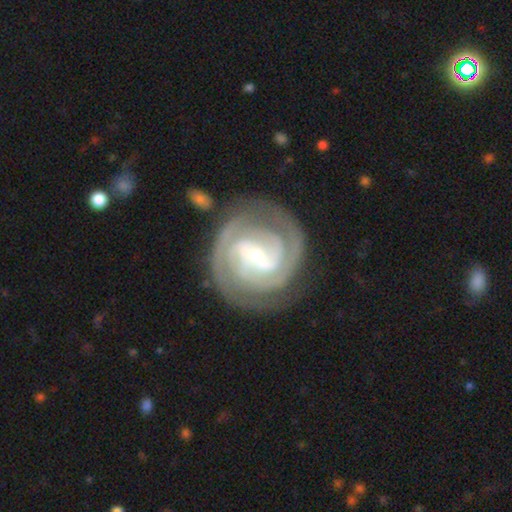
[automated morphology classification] Smooth or featured? Predicted: featured or disk (p=0.89). Edge-on disk? Predicted: no (p=0.98). Bar? Predicted: weak (p=0.41). Spiral arms? Predicted: yes (p=0.97). Spiral winding? Predicted: tight (p=0.75). Spiral arm count? Predicted: 2 (p=0.47). Bulge size? Predicted: small (p=0.72). Merging? Predicted: none (p=0.76).